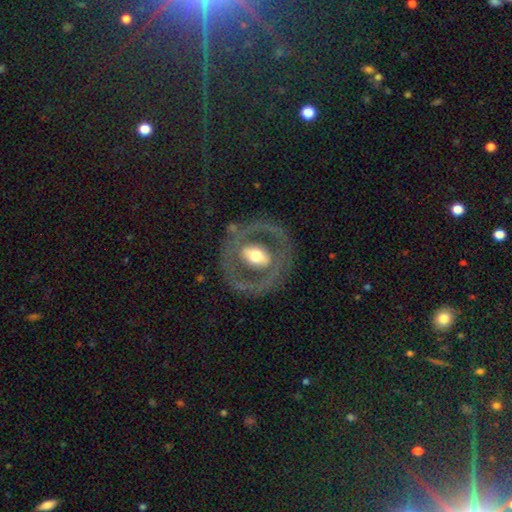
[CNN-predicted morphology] Smooth or featured: featured or disk — 72% (smooth — 23%)
Edge-on disk: no — 91% (yes — 9%)
Bar: strong — 39% (no — 33%)
Spiral arms: no — 70% (yes — 30%)
Bulge size: moderate — 63% (large — 24%)
Merging: none — 76% (minor disturbance — 12%)